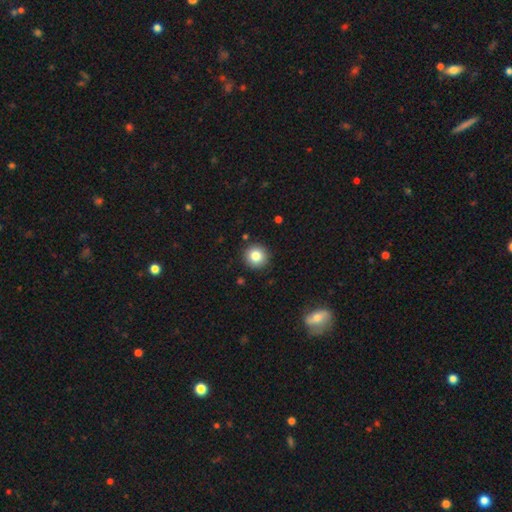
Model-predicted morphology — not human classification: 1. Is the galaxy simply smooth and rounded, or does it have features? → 82% smooth, 10% star or artifact, 8% featured or disk.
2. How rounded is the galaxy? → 94% round, 5% in between, 1% cigar-shaped.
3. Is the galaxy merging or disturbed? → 91% none, 6% minor disturbance, 2% major disturbance, 1% merger.